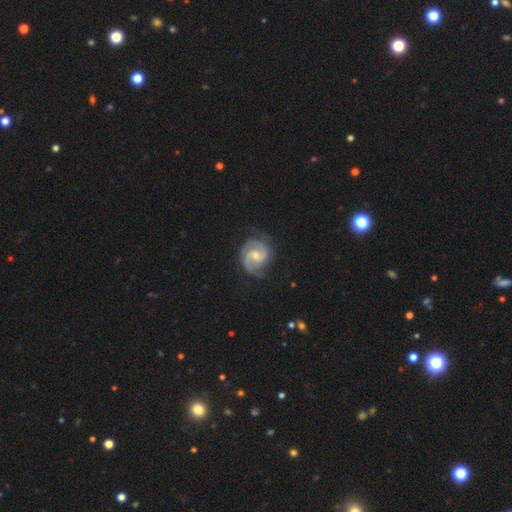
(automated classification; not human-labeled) Q: Smooth or featured?
A: featured or disk (89%); runner-up: smooth (7%)
Q: Edge-on disk?
A: no (98%); runner-up: yes (2%)
Q: Bar?
A: weak (56%); runner-up: no (33%)
Q: Spiral arms?
A: yes (98%); runner-up: no (2%)
Q: Spiral winding?
A: medium (54%); runner-up: tight (29%)
Q: Spiral arm count?
A: 2 (89%); runner-up: can't tell (3%)
Q: Bulge size?
A: moderate (49%); runner-up: small (42%)
Q: Merging?
A: none (75%); runner-up: minor disturbance (17%)